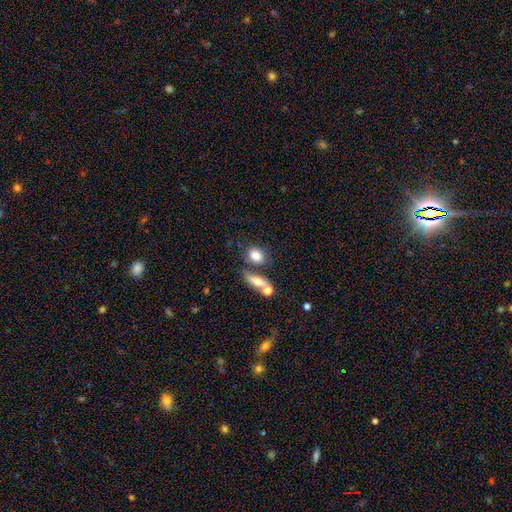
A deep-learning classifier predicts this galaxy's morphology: Smooth or featured: smooth — 80% (featured or disk — 12%)
How rounded: in between — 66% (round — 29%)
Merging: none — 46% (merger — 33%)